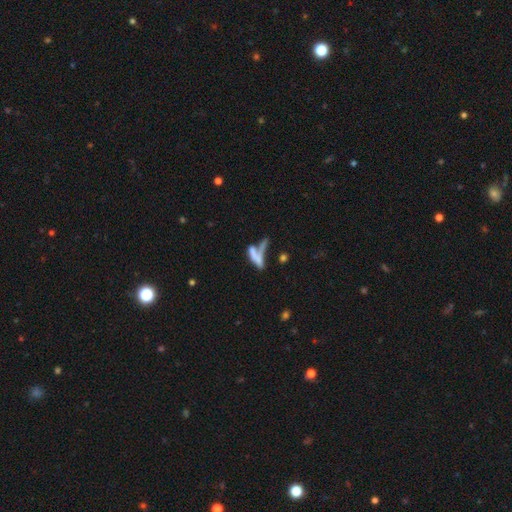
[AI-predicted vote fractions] This appears to be a smooth galaxy with no disk features (55%) that is cigar-shaped (62%). Merging: merger (52%).